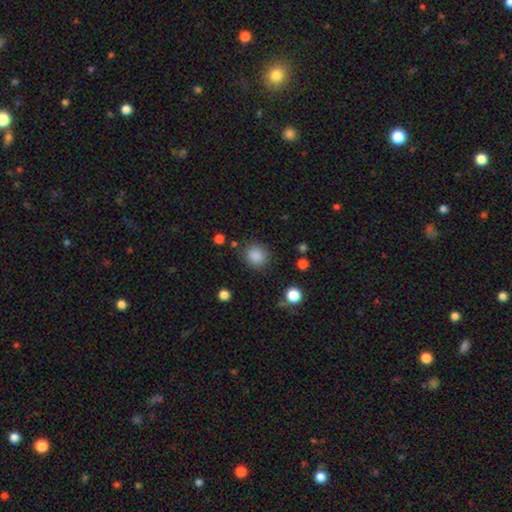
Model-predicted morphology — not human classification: smooth-or-featured: smooth: 86% | star or artifact: 10% | featured or disk: 4%
  how-rounded: round: 83% | in between: 17% | cigar-shaped: 1%
  merging: none: 84% | minor disturbance: 10% | major disturbance: 4% | merger: 2%